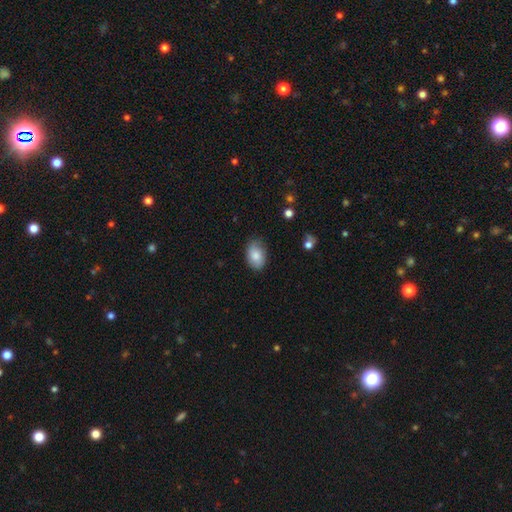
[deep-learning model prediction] Overall: smooth (80%). How rounded: in between (87%). Merging: none (76%).